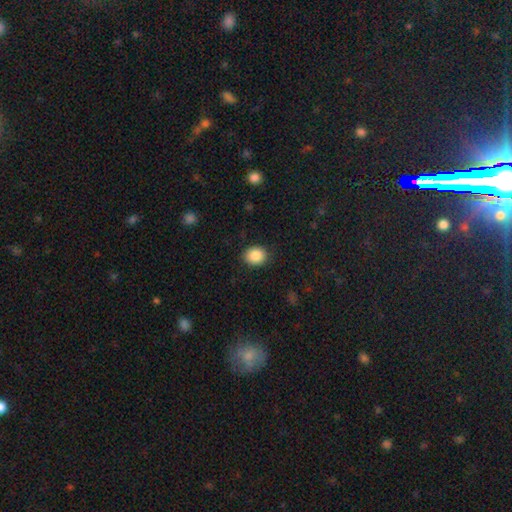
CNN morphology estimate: smooth_or_featured: smooth (p=0.87) [alt: star or artifact p=0.08]
how_rounded: round (p=0.61) [alt: in between p=0.39]
merging: none (p=0.89) [alt: minor disturbance p=0.08]